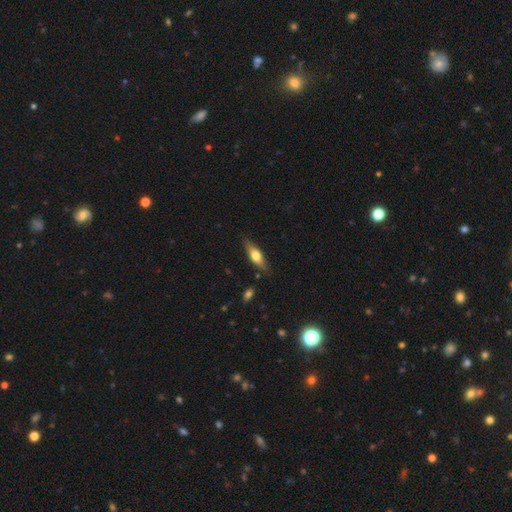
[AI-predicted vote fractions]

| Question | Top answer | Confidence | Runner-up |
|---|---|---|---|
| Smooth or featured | smooth | 52% | featured or disk (42%) |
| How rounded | cigar-shaped | 51% | in between (46%) |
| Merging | none | 83% | minor disturbance (13%) |